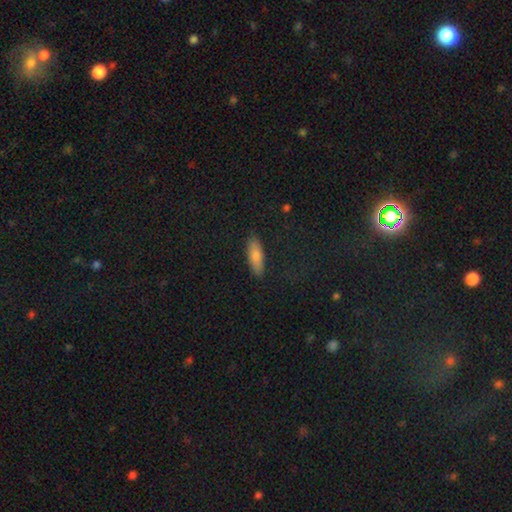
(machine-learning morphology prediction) Smooth or featured: smooth — 83% (featured or disk — 11%)
How rounded: in between — 60% (cigar-shaped — 38%)
Merging: none — 88% (minor disturbance — 9%)